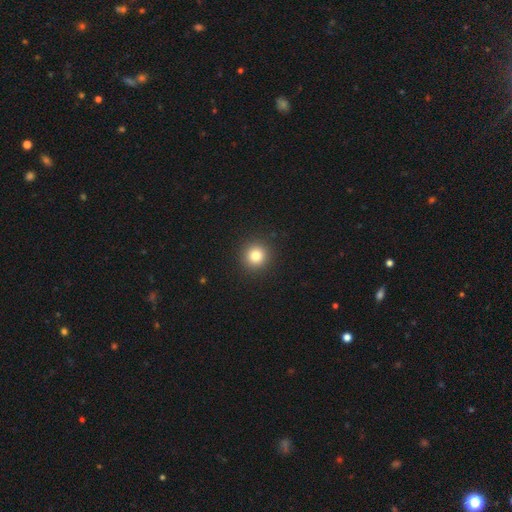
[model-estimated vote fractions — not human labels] This is clearly a smooth galaxy (82%). How rounded: clearly round (94%). Merging: clearly none (92%).